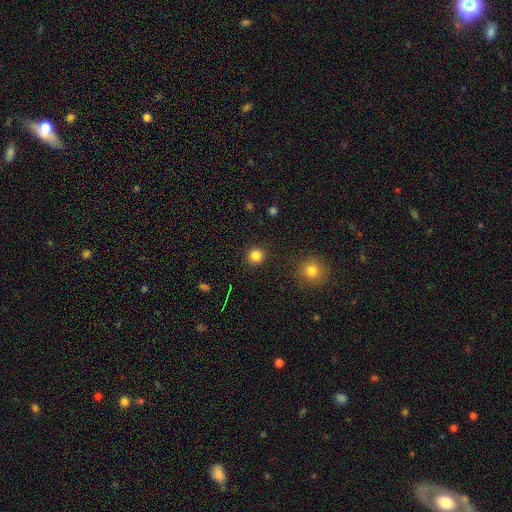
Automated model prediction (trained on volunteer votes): smooth 84%, star or artifact 12%, featured or disk 4%. Down the decision tree: how rounded — round (93%); merging — none (91%).